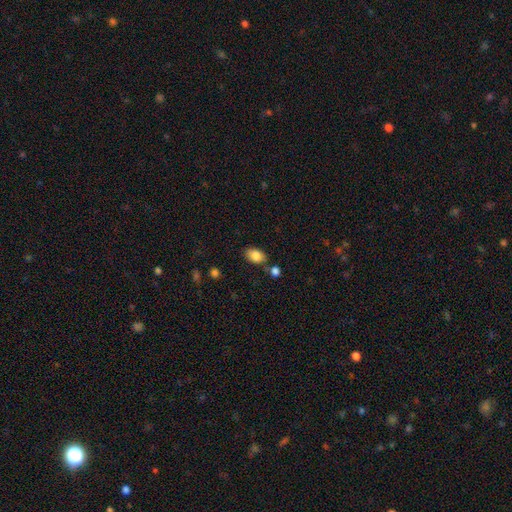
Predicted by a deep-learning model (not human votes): smooth-or-featured: smooth: 84% | star or artifact: 8% | featured or disk: 8%
  how-rounded: in between: 87% | round: 12% | cigar-shaped: 1%
  merging: none: 76% | minor disturbance: 13% | merger: 8% | major disturbance: 3%